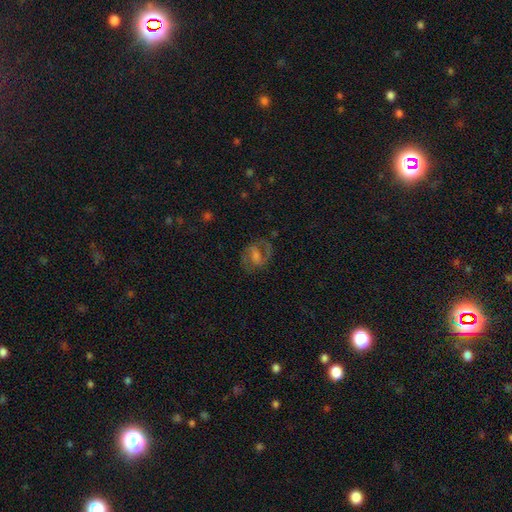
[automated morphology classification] Smooth or featured: featured or disk — 70% (smooth — 19%)
Edge-on disk: no — 97% (yes — 3%)
Bar: weak — 48% (strong — 29%)
Spiral arms: yes — 88% (no — 12%)
Spiral winding: medium — 55% (tight — 24%)
Spiral arm count: 2 — 85% (can't tell — 7%)
Bulge size: moderate — 32% (small — 28%)
Merging: none — 74% (minor disturbance — 14%)